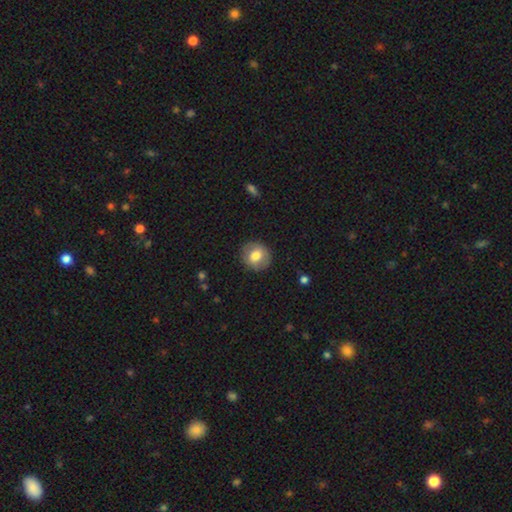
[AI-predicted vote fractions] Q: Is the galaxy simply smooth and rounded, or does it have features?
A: smooth — 74%.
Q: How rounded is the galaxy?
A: round — 88%.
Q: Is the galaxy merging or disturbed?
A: none — 89%.